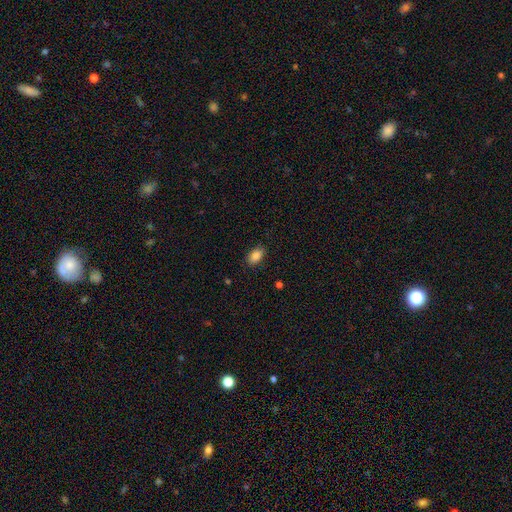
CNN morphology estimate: Smooth or featured?
  - smooth: 86% *
  - star or artifact: 8%
  - featured or disk: 5%
How rounded?
  - in between: 90% *
  - round: 8%
  - cigar-shaped: 2%
Merging?
  - none: 86% *
  - minor disturbance: 10%
  - major disturbance: 2%
  - merger: 1%